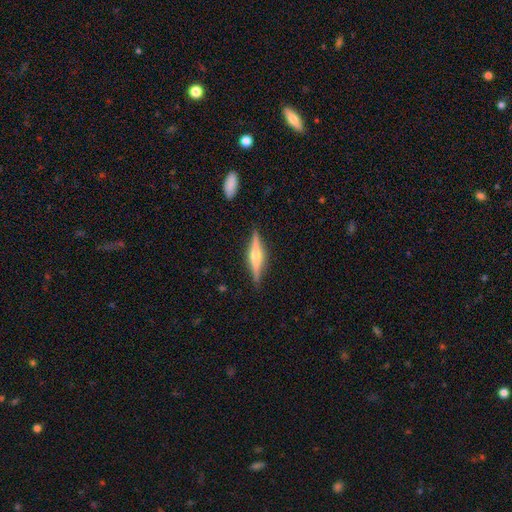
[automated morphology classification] Overall: featured or disk (74%). Edge-on disk: yes (98%). Edge-on bulge: rounded (89%). Merging: none (89%).